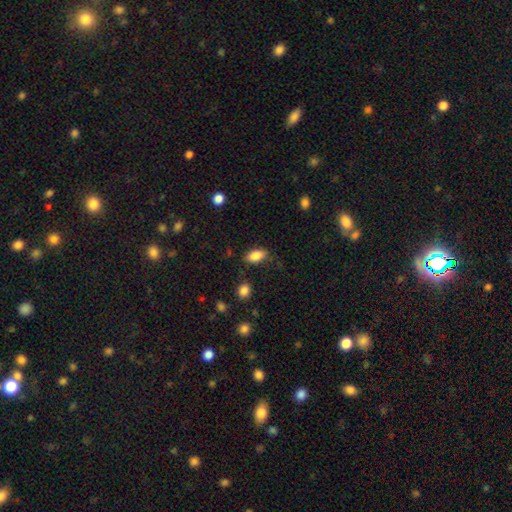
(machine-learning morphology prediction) This is clearly a smooth galaxy (86%). How rounded: clearly in between (90%). Merging: likely none (79%).